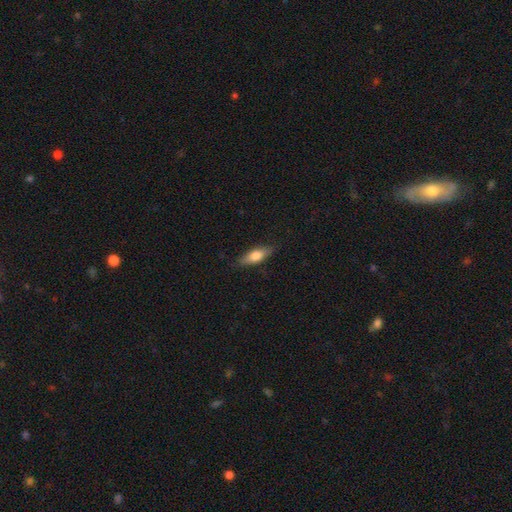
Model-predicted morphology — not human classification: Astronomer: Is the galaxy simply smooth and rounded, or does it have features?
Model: smooth — 68%.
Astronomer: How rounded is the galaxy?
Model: in between — 63%.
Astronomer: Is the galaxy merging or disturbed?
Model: none — 83%.